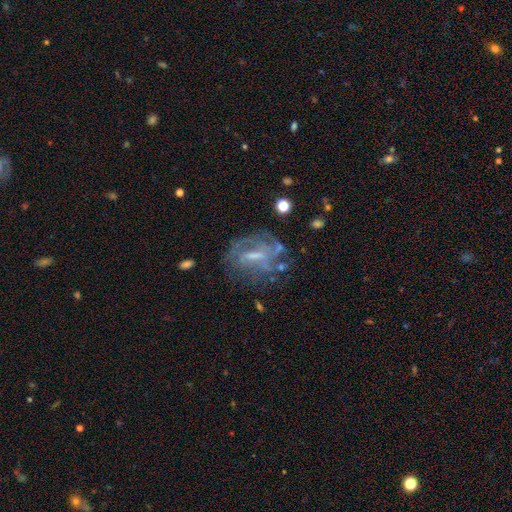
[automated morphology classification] smooth-or-featured: featured or disk: 71% | smooth: 17% | star or artifact: 12%
  disk-edge-on: no: 94% | yes: 6%
    bar: weak: 46% | strong: 27% | no: 27%
    has-spiral-arms: yes: 65% | no: 35%
    bulge-size: small: 34% | moderate: 32% | none: 29% | large: 4% | dominant: 1%
  merging: none: 54% | major disturbance: 21% | minor disturbance: 20% | merger: 5%